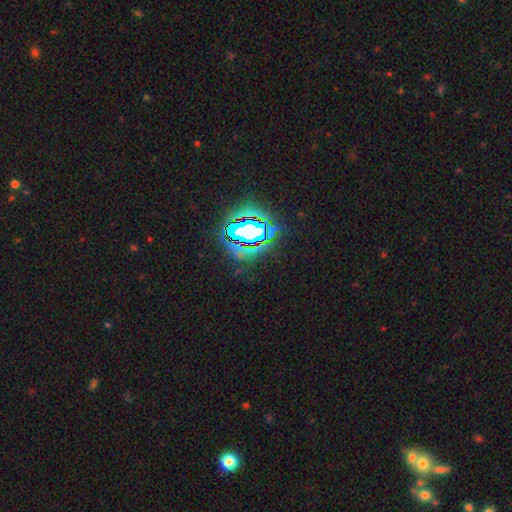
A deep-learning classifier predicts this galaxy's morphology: This appears to be a star or artifact, not a galaxy (78%).